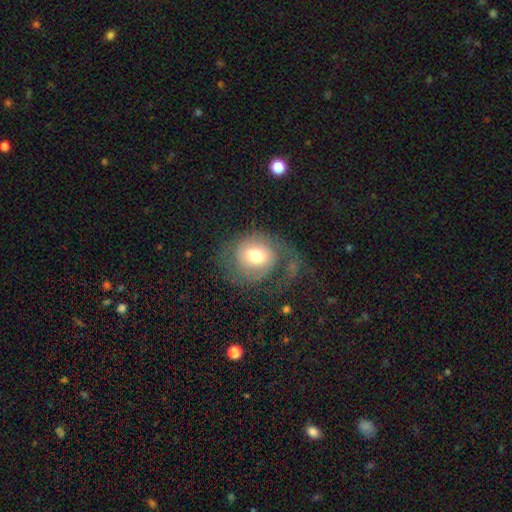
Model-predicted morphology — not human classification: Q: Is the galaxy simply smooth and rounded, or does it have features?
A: featured or disk — 54%.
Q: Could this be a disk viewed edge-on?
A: no — 97%.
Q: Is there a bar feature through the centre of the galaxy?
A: no — 61%.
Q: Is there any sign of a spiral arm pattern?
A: yes — 79%.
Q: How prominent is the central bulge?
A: moderate — 63%.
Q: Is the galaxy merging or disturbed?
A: none — 41%.